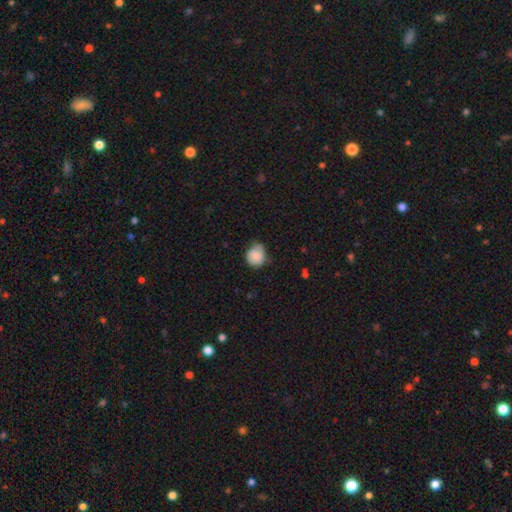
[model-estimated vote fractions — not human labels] A smooth galaxy with no disk features (80%) that is round (73%).

Vote fractions:
- Smooth or featured? smooth: 80% / featured or disk: 12% / star or artifact: 8%
- How rounded? round: 73% / in between: 26% / cigar-shaped: 1%
- Merging? none: 55% / minor disturbance: 36% / major disturbance: 7% / merger: 2%